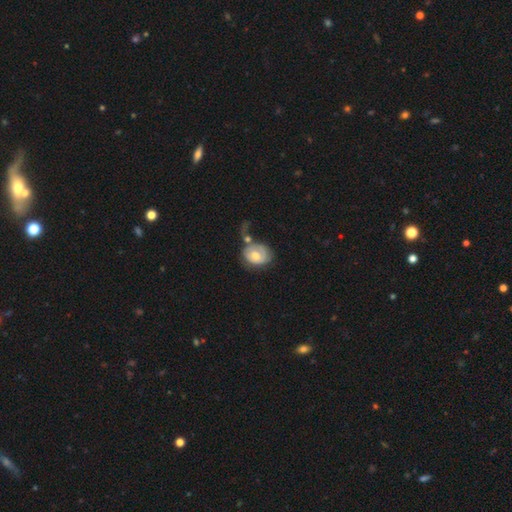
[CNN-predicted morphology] This is possibly a smooth galaxy (47%). Merging: marginally none (34%).